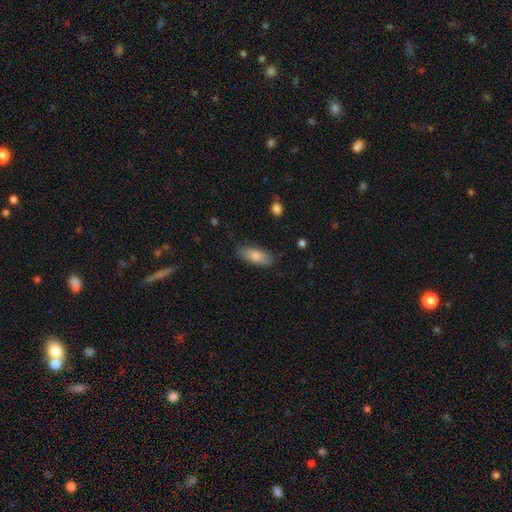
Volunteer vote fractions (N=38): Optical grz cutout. It shows a smooth galaxy with no disk features (87%) that is in between round and cigar-shaped (76%). Merging: none (94%).